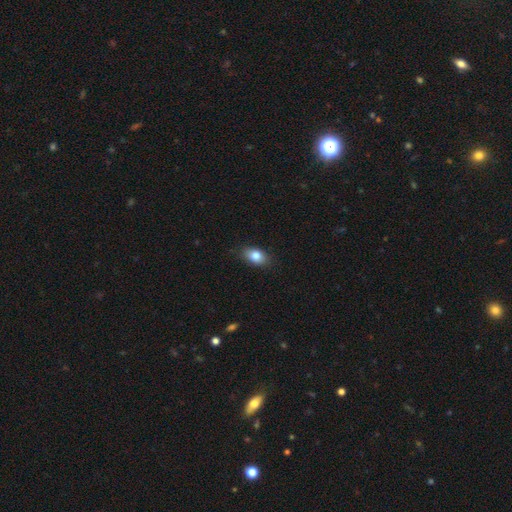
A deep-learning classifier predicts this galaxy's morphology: The model was most divided on "how rounded": in between: 85%, round: 13%, cigar-shaped: 3%. More confident: merging — none (84%); smooth or featured — smooth (84%).